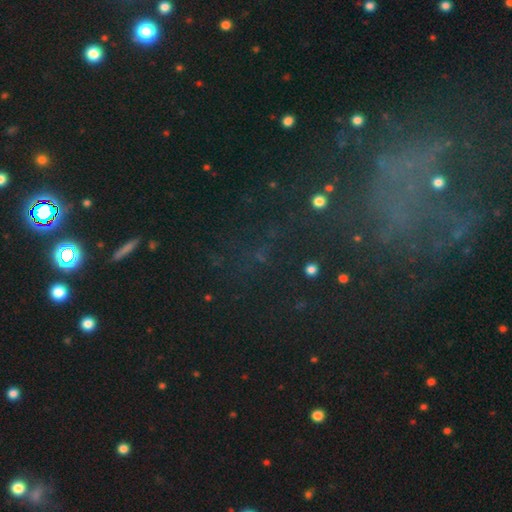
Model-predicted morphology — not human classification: Overall: star or artifact (60%; smooth 21%).